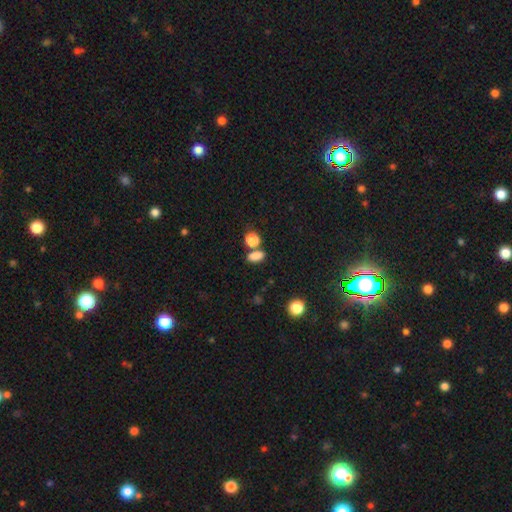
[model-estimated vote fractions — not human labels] Q: Smooth or featured?
A: smooth (82%); runner-up: star or artifact (13%)
Q: How rounded?
A: in between (80%); runner-up: round (16%)
Q: Merging?
A: none (62%); runner-up: merger (22%)